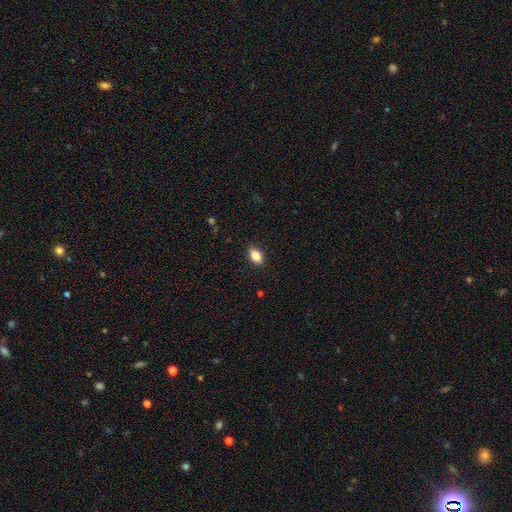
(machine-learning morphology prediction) This appears to be a smooth galaxy with no disk features (84%) that is in between round and cigar-shaped (87%). Merging: none (88%).